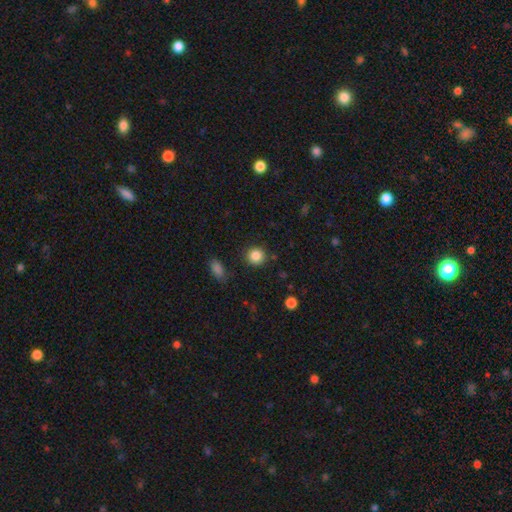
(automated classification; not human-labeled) Q: Smooth or featured?
A: smooth (86%); runner-up: star or artifact (10%)
Q: How rounded?
A: round (90%); runner-up: in between (9%)
Q: Merging?
A: none (87%); runner-up: minor disturbance (8%)